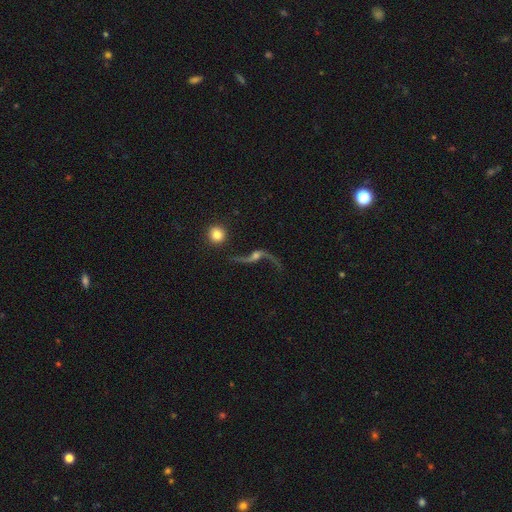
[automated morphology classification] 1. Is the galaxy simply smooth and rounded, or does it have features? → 86% featured or disk, 7% star or artifact, 7% smooth.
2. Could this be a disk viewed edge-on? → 91% no, 9% yes.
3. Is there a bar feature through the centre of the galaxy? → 57% no, 29% weak, 14% strong.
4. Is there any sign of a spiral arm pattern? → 95% yes, 5% no.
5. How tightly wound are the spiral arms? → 95% loose, 4% medium, 2% tight.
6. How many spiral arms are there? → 92% 2, 4% 1, 1% can't tell, 1% 3, 1% 4, 1% more than 4.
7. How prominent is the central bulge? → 40% moderate (tied), 40% small (tied), 9% none, 8% large, 3% dominant.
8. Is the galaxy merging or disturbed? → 63% none, 17% major disturbance, 15% minor disturbance, 6% merger.